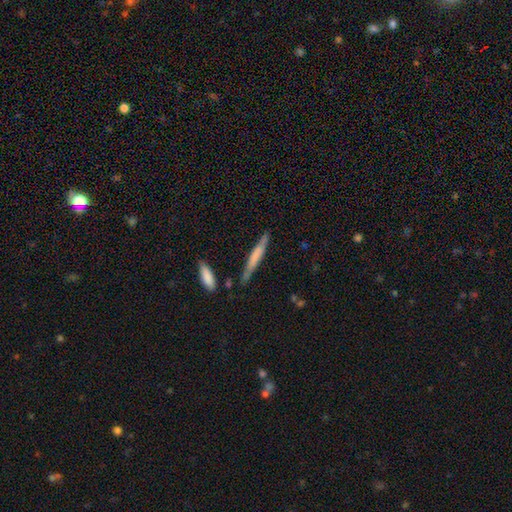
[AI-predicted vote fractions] smooth_or_featured: smooth (p=0.55) [alt: featured or disk p=0.39]
how_rounded: cigar-shaped (p=0.94) [alt: in between p=0.05]
merging: none (p=0.79) [alt: minor disturbance p=0.14]